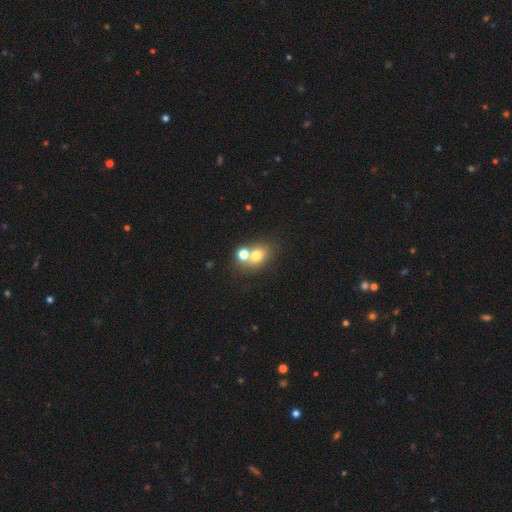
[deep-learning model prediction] Morphology: type=smooth (69%); roundness=round (51%); merging=merger (45%).